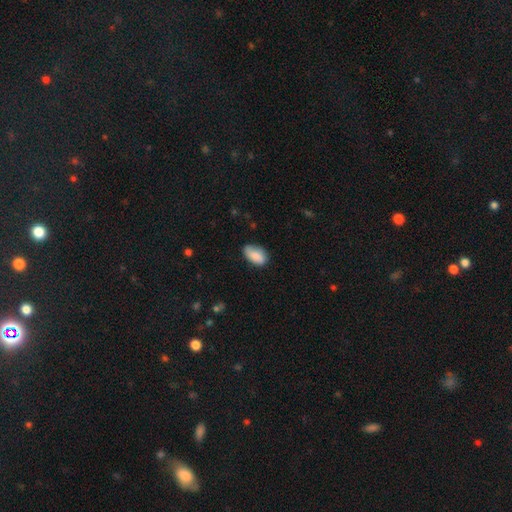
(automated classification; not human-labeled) Smooth or featured? Predicted: smooth (p=0.85). How rounded? Predicted: in between (p=0.93). Merging? Predicted: none (p=0.70).